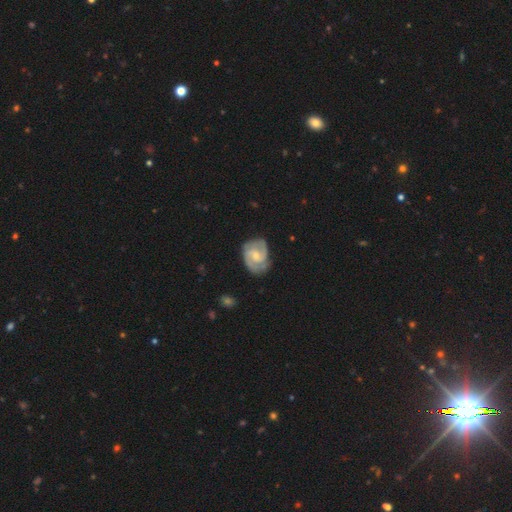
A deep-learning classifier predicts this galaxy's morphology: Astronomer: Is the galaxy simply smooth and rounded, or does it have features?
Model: featured or disk — 85%.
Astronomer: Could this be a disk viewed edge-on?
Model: no — 98%.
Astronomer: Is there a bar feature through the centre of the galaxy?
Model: no — 48% (runner-up: weak, 44%).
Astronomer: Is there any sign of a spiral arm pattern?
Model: yes — 97%.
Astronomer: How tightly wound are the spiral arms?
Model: medium — 48% (runner-up: tight, 41%).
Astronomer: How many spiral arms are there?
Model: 2 — 74%.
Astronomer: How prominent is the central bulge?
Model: small — 54% (runner-up: moderate, 40%).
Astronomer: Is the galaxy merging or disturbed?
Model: none — 72%.